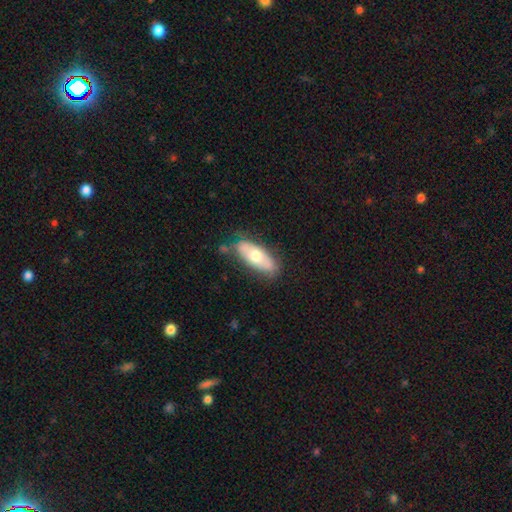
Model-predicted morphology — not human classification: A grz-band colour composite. It shows a smooth galaxy with no disk features (60%) that is in between round and cigar-shaped (78%). Merging: none (74%).